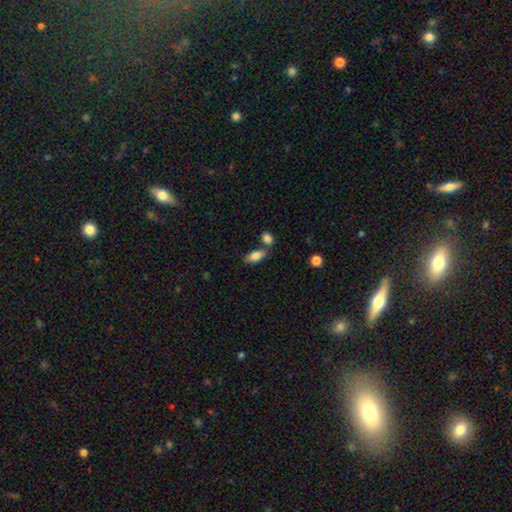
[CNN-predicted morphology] The model was most divided on "merging": none: 65%, merger: 19%, minor disturbance: 13%, major disturbance: 3%. More confident: how rounded — in between (83%); smooth or featured — smooth (82%).